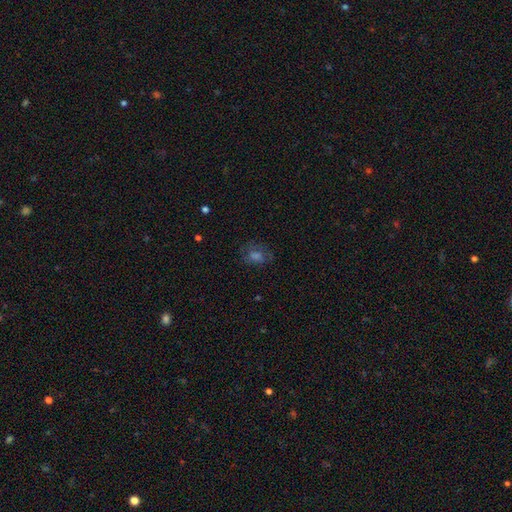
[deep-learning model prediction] Overall: smooth (45%; featured or disk 28%). Merging: none (70%).